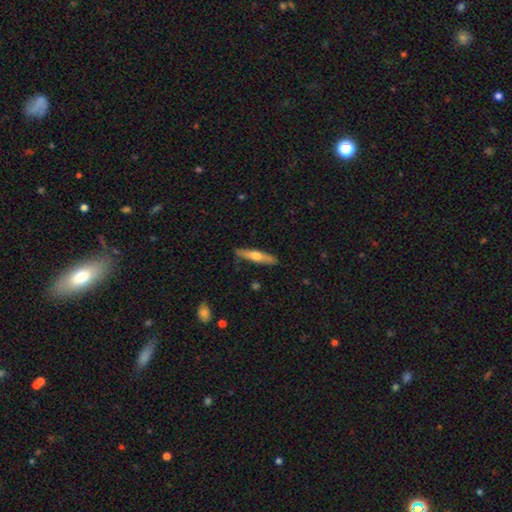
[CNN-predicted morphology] Smooth or featured?
  - smooth: 51% *
  - featured or disk: 43%
  - star or artifact: 6%
How rounded?
  - cigar-shaped: 83% *
  - in between: 15%
  - round: 2%
Merging?
  - none: 86% *
  - minor disturbance: 11%
  - major disturbance: 2%
  - merger: 1%